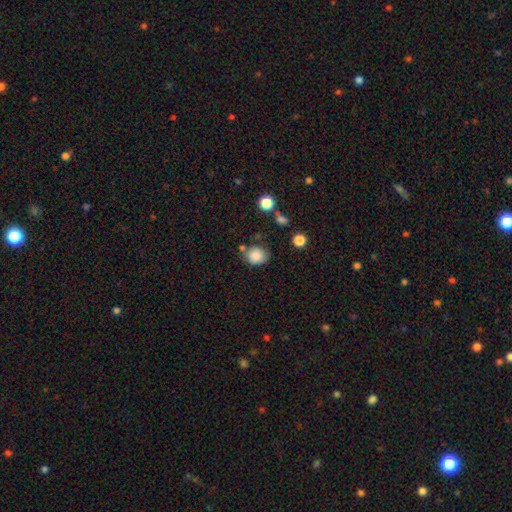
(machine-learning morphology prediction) Smooth or featured: smooth — 85% (star or artifact — 9%)
How rounded: round — 69% (in between — 30%)
Merging: none — 66% (minor disturbance — 21%)